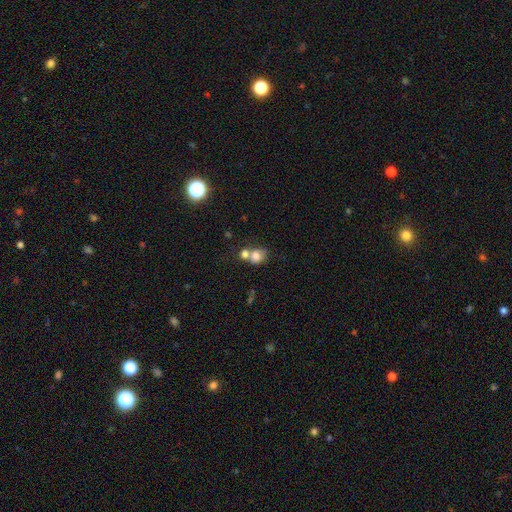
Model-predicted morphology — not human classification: smooth 76%, featured or disk 13%, star or artifact 11%. Down the decision tree: how rounded — round (60%); merging — merger (50%).